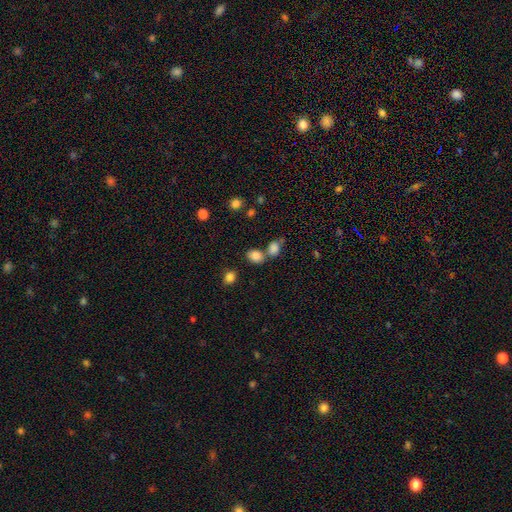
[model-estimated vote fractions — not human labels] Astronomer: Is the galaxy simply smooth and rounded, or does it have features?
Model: smooth — 83%.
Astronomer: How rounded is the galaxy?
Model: in between — 66%.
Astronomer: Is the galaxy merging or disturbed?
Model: none — 58%.